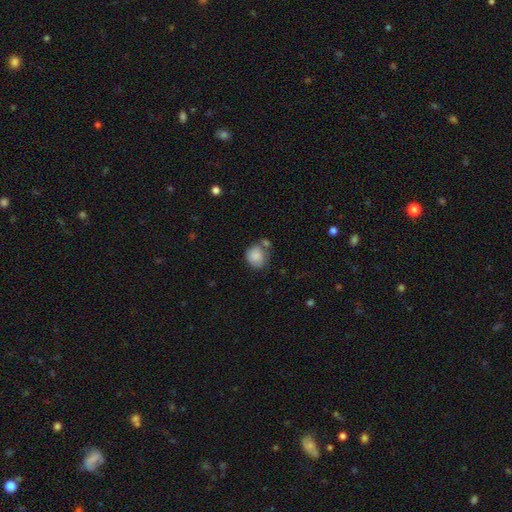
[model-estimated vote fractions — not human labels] Smooth or featured? smooth (84%)
How rounded? round (66%)
Merging? none (49%)